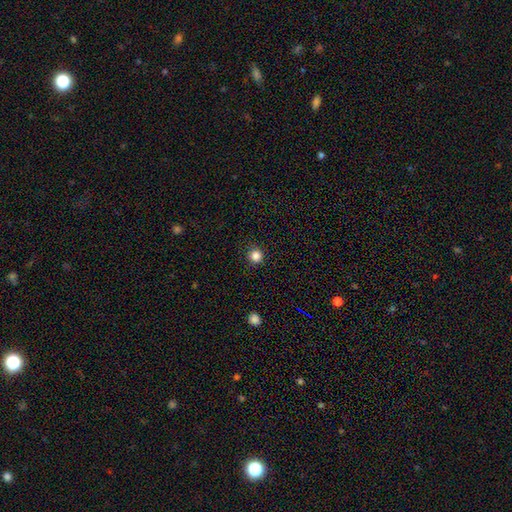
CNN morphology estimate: Smooth or featured? Predicted: smooth (p=0.84). How rounded? Predicted: round (p=0.95). Merging? Predicted: none (p=0.91).